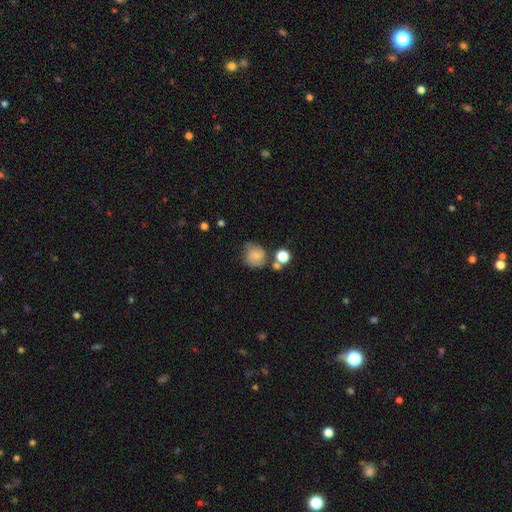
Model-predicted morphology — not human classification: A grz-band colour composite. It shows a smooth galaxy with no disk features (70%) that is round (77%). Merging: none (49%).